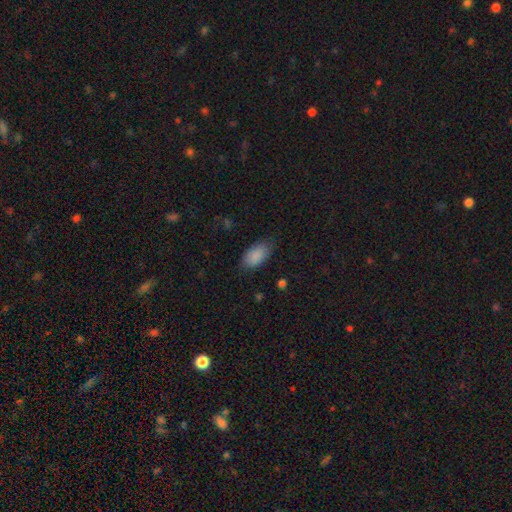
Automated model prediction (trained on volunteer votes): Morphology: type=smooth (88%); roundness=in between (94%); merging=none (77%).